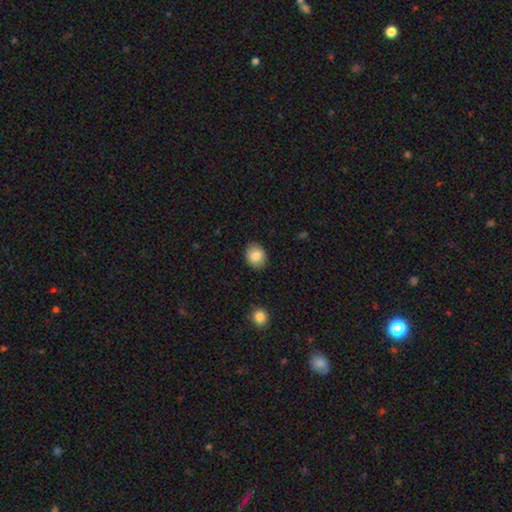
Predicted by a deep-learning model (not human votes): smooth 85%, star or artifact 8%, featured or disk 6%. Down the decision tree: how rounded — round (60%); merging — none (87%).